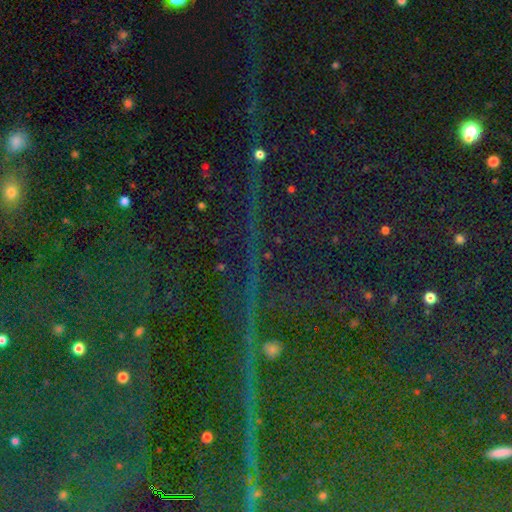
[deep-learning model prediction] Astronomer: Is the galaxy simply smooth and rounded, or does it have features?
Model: star or artifact — 87%.